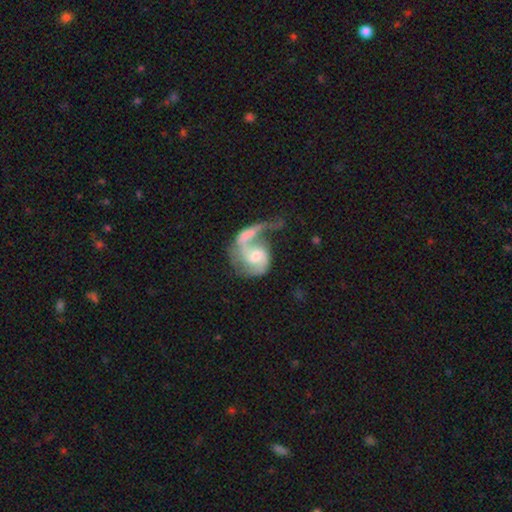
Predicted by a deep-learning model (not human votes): featured or disk 80%, smooth 15%, star or artifact 5%. Down the decision tree: edge-on disk — no (98%); bar — no (54%); spiral arms — yes (92%); spiral arm count — 2 (66%); spiral winding — loose (45%); bulge size — moderate (50%); merging — merger (37%).